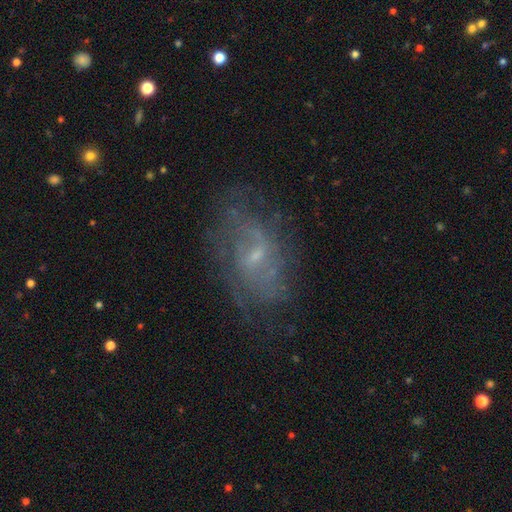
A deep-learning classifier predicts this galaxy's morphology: Overall: featured or disk (70%). Edge-on disk: no (95%). Bar: weak (48%; no 44%). Spiral arms: yes (76%). Spiral arm count: can't tell (46%; 2 33%). Spiral winding: medium (40%; loose 32%). Bulge size: small (67%). Merging: none (67%).